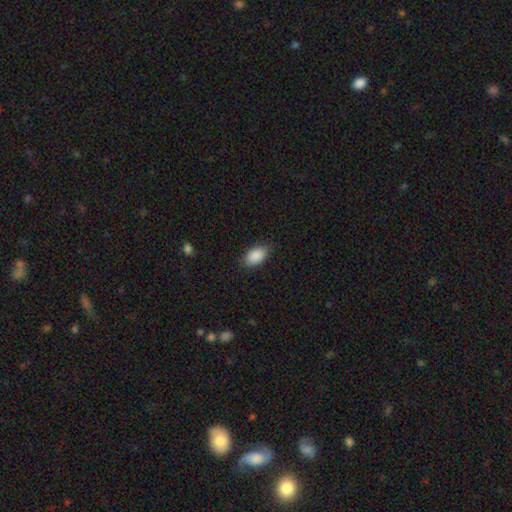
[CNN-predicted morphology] This appears to be a smooth galaxy with no disk features (90%) that is in between round and cigar-shaped (93%). Merging: none (85%).